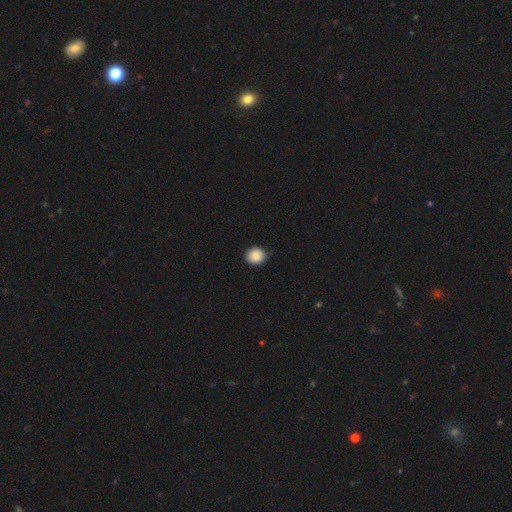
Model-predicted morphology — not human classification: This appears to be a smooth galaxy with no disk features (89%) that is round (82%). Merging: none (89%).